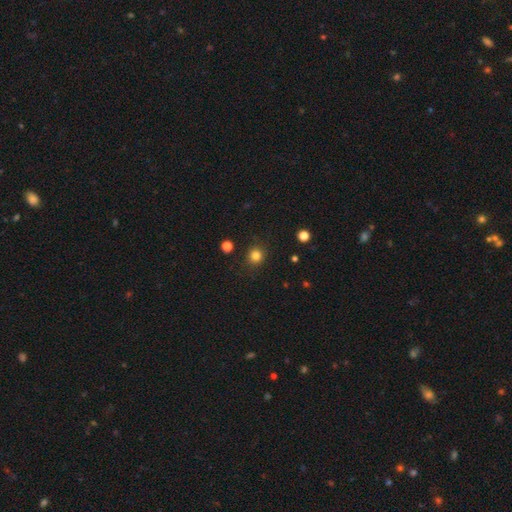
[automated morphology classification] A smooth galaxy with no disk features (82%) that is round (90%).

Vote fractions:
- Smooth or featured? smooth: 82% / star or artifact: 13% / featured or disk: 5%
- How rounded? round: 90% / in between: 9% / cigar-shaped: 1%
- Merging? none: 89% / minor disturbance: 7% / major disturbance: 2% / merger: 2%